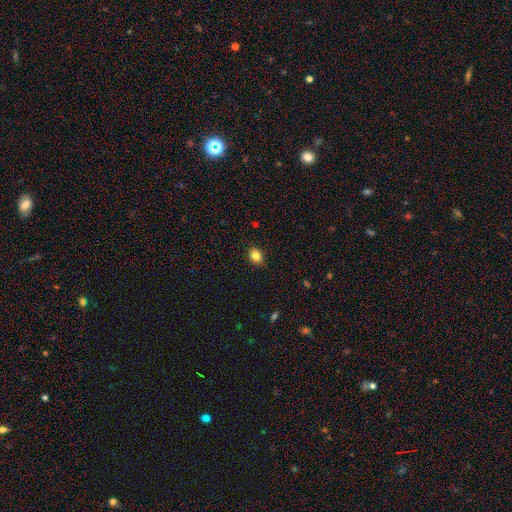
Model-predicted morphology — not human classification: type=smooth (85%); roundness=in between (59%); merging=none (87%).